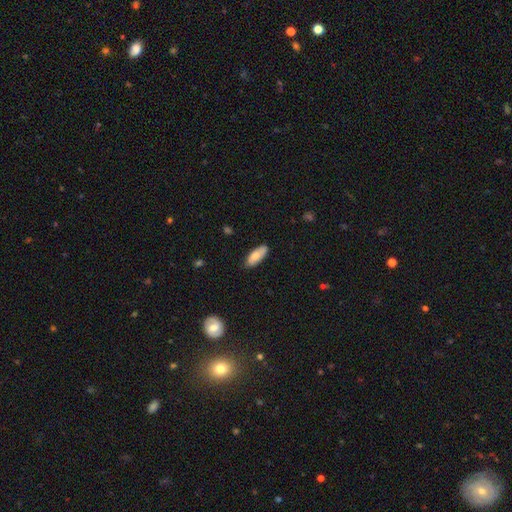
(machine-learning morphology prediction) smooth 81%, featured or disk 13%, star or artifact 6%. Down the decision tree: how rounded — in between (74%); merging — none (83%).